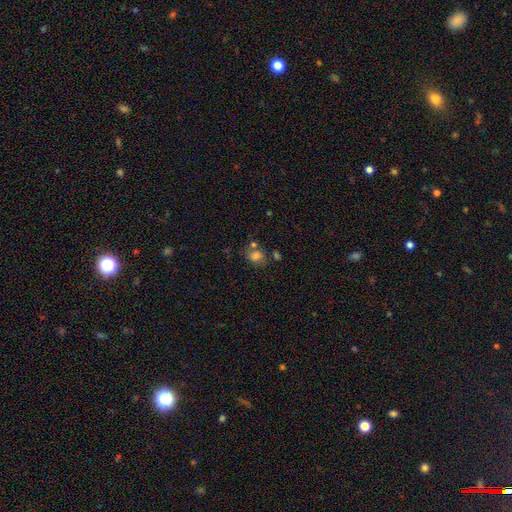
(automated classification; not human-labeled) Smooth or featured?
  - smooth: 72% *
  - star or artifact: 16%
  - featured or disk: 13%
How rounded?
  - round: 56% *
  - in between: 43%
  - cigar-shaped: 1%
Merging?
  - none: 53% *
  - merger: 21%
  - minor disturbance: 18%
  - major disturbance: 8%